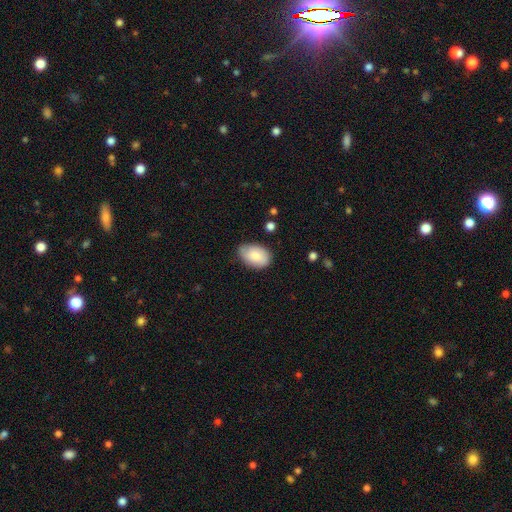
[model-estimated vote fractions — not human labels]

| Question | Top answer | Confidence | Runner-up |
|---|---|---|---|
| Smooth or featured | smooth | 79% | featured or disk (15%) |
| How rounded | in between | 89% | round (10%) |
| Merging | none | 73% | minor disturbance (22%) |